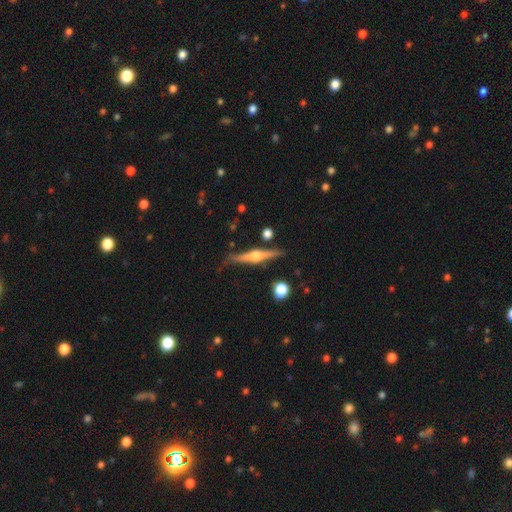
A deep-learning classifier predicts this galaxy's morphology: This is likely a featured or disk galaxy (76%). It is clearly viewed edge-on (97%). Edge-on bulge: clearly rounded (94%). Merging: clearly none (83%).